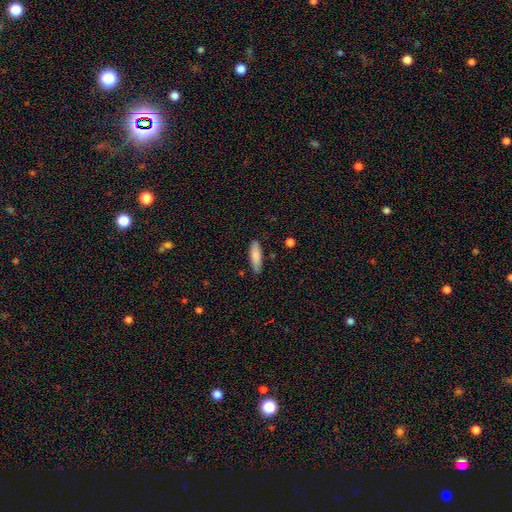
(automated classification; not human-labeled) A smooth galaxy with no disk features (85%) that is cigar-shaped (54%). Merging: none (82%).